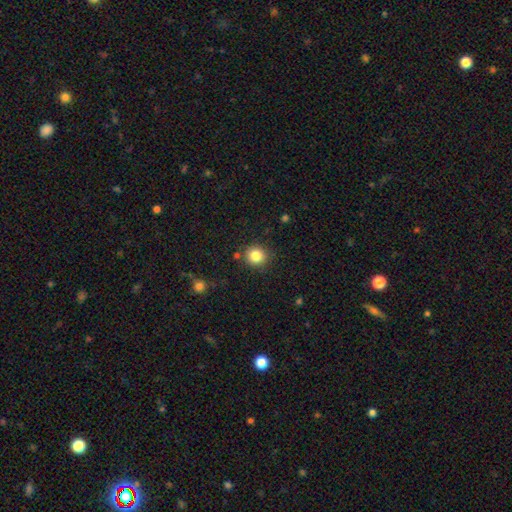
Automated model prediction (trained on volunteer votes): smooth-or-featured: smooth: 83% | star or artifact: 11% | featured or disk: 6%
  how-rounded: round: 90% | in between: 9% | cigar-shaped: 1%
  merging: none: 86% | minor disturbance: 8% | merger: 3% | major disturbance: 3%